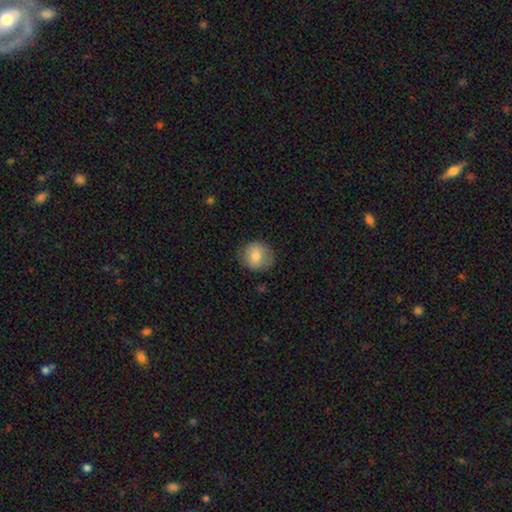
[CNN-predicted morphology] Smooth or featured? Predicted: smooth (p=0.78). How rounded? Predicted: round (p=0.83). Merging? Predicted: none (p=0.81).